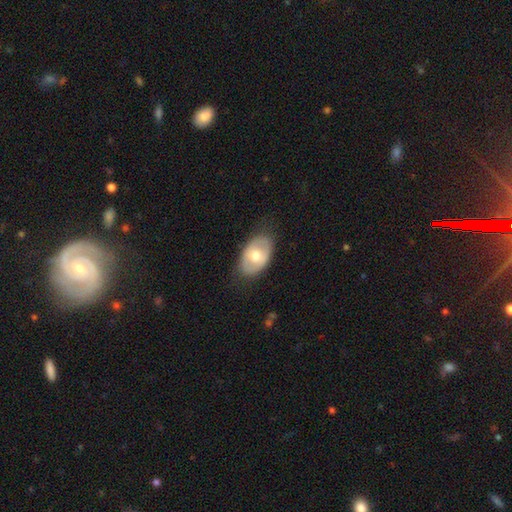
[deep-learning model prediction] smooth_or_featured: smooth (p=0.55) [alt: featured or disk p=0.40]
how_rounded: in between (p=0.87) [alt: round p=0.12]
merging: none (p=0.80) [alt: minor disturbance p=0.15]